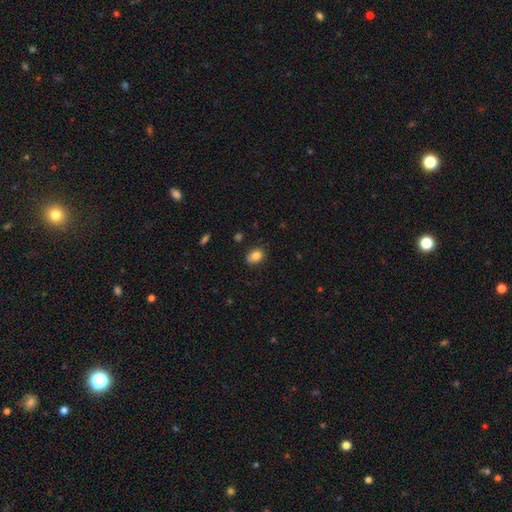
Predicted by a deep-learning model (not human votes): This appears to be a smooth galaxy with no disk features (83%) that is in between round and cigar-shaped (65%). Merging: none (68%).